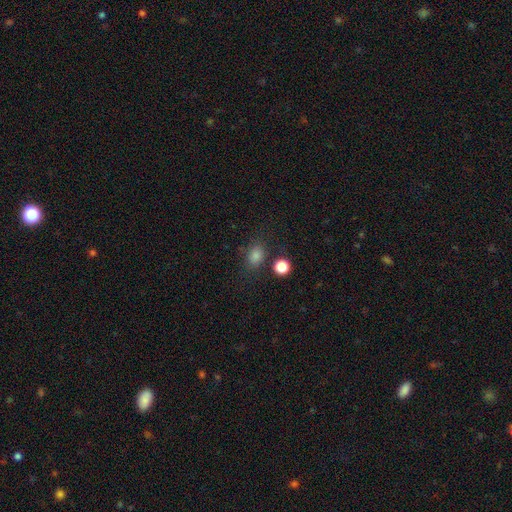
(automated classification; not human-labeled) Smooth or featured: smooth — 78% (star or artifact — 16%)
How rounded: in between — 61% (round — 38%)
Merging: none — 75% (minor disturbance — 13%)